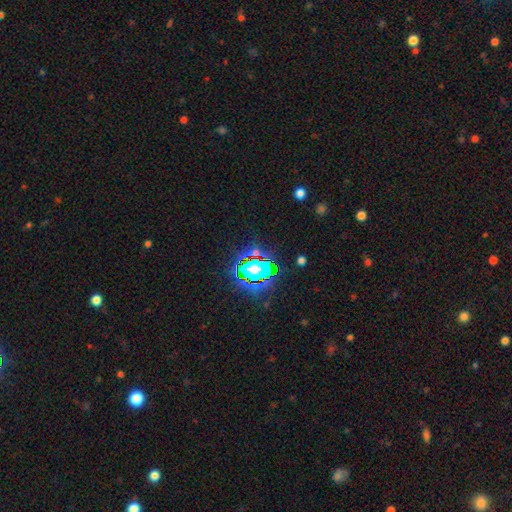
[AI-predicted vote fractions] This is likely a star or artifact rather than a galaxy (74%).